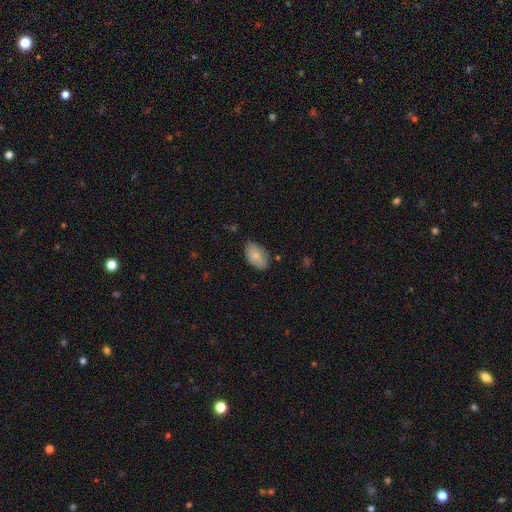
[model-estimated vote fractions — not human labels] smooth_or_featured: smooth (p=0.78) [alt: featured or disk p=0.16]
how_rounded: in between (p=0.93) [alt: round p=0.06]
merging: none (p=0.78) [alt: minor disturbance p=0.17]